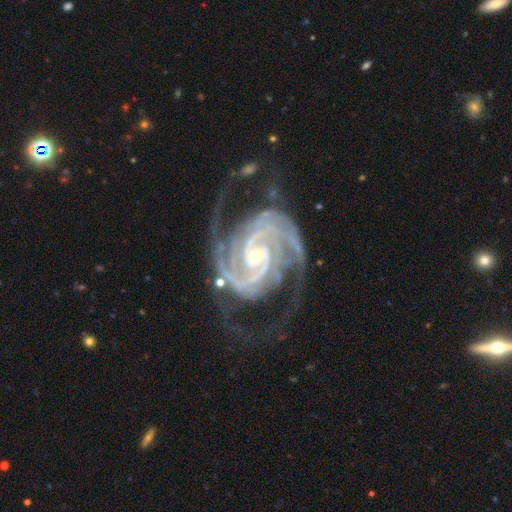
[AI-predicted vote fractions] This is clearly a featured or disk galaxy (94%). It is clearly not viewed edge-on (98%). Bar: possibly no (47%). Spiral arm pattern: clearly yes (99%). Spiral arm count: possibly 2 (56%). Spiral winding: likely tight (63%). Central bulge: likely small (73%). Merging: likely none (65%).